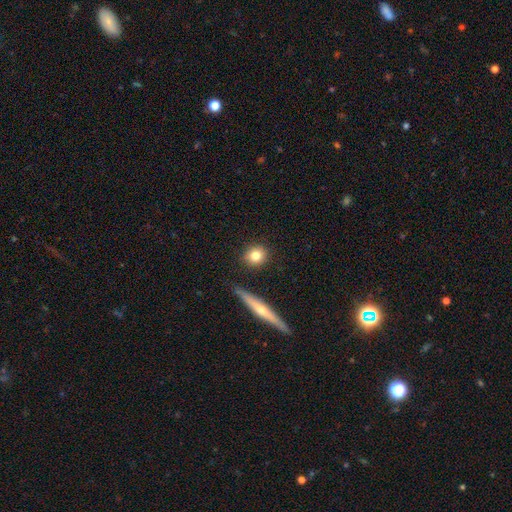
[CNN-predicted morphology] Smooth or featured?
  - smooth: 78% *
  - featured or disk: 13%
  - star or artifact: 9%
How rounded?
  - round: 82% *
  - in between: 14%
  - cigar-shaped: 3%
Merging?
  - none: 88% *
  - minor disturbance: 7%
  - merger: 3%
  - major disturbance: 2%